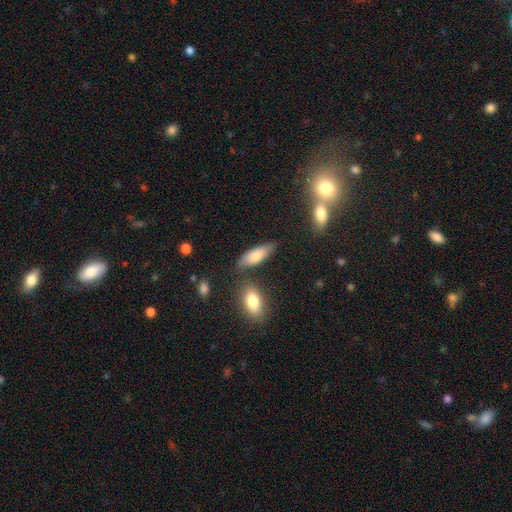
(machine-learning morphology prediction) Q: Smooth or featured?
A: smooth (79%); runner-up: featured or disk (15%)
Q: How rounded?
A: in between (70%); runner-up: cigar-shaped (27%)
Q: Merging?
A: none (68%); runner-up: minor disturbance (18%)